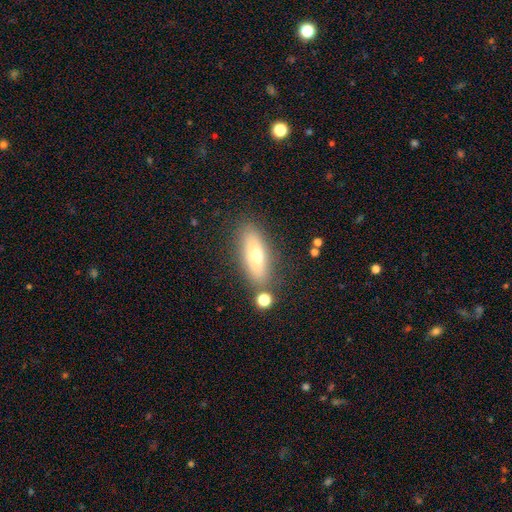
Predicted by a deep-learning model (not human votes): This is possibly a smooth galaxy (59%). How rounded: possibly in between (56%). Merging: likely none (79%).